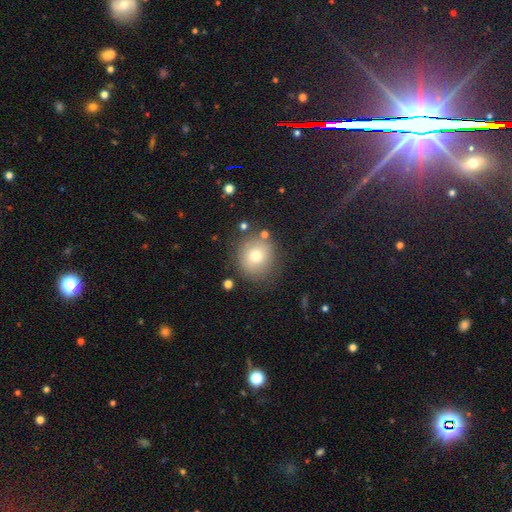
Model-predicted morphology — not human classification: Overall: smooth (72%). How rounded: round (90%). Merging: none (80%).